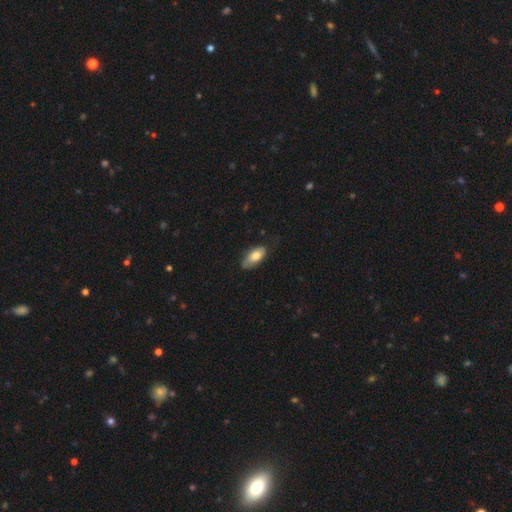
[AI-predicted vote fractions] Smooth or featured? smooth (72%)
How rounded? in between (90%)
Merging? none (66%)